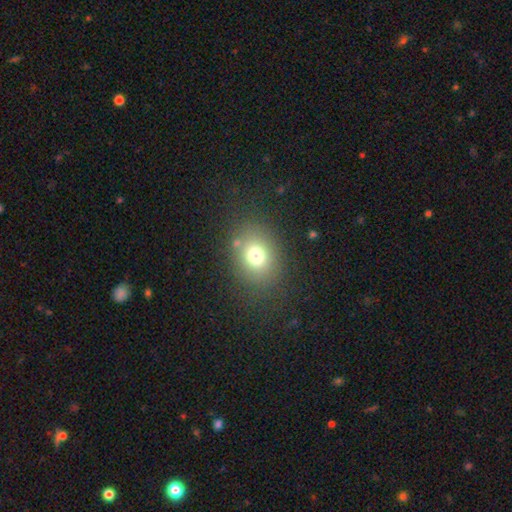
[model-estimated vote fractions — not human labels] Morphology: type=smooth (73%); roundness=round (53%); merging=none (81%).